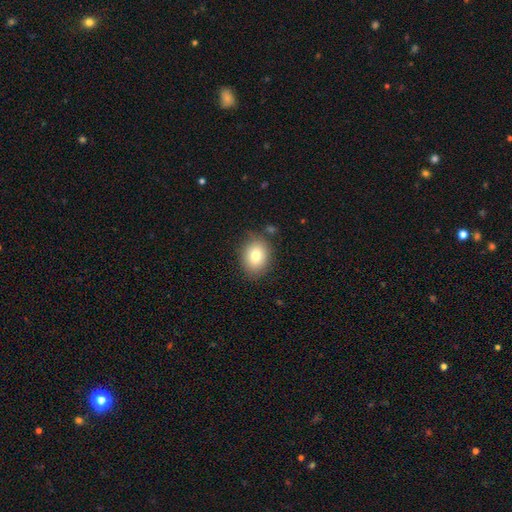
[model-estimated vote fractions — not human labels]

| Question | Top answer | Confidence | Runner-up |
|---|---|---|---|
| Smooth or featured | smooth | 80% | featured or disk (11%) |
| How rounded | in between | 60% | round (39%) |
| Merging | none | 81% | minor disturbance (13%) |